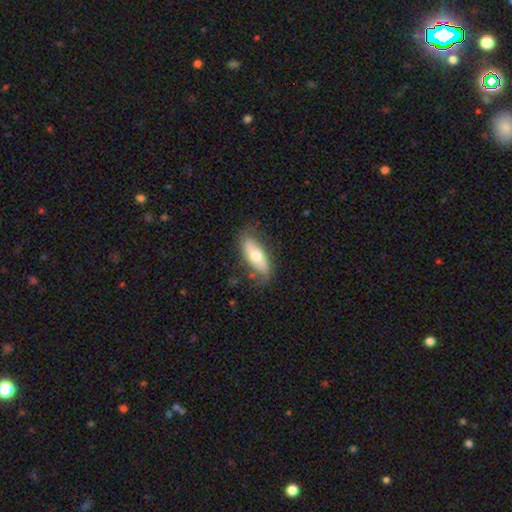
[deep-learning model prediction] Smooth or featured: smooth — 60% (featured or disk — 34%)
How rounded: in between — 69% (cigar-shaped — 28%)
Merging: none — 75% (minor disturbance — 19%)